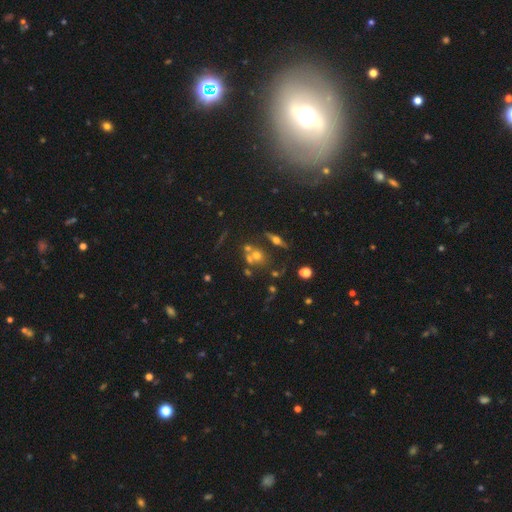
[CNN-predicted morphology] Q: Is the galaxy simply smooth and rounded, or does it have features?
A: smooth — 41%.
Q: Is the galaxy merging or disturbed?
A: none — 49%.